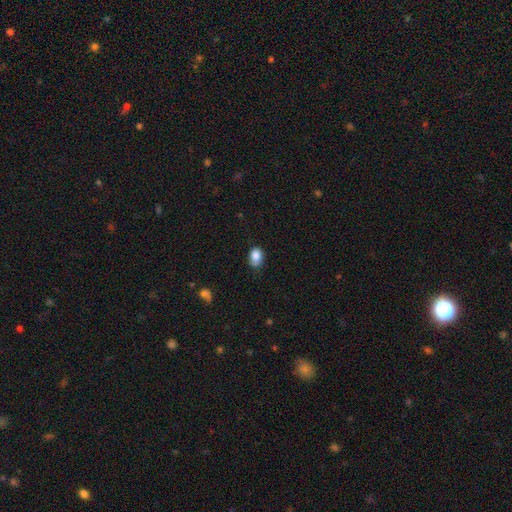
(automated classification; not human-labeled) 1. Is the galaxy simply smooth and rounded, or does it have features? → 85% smooth, 9% star or artifact, 6% featured or disk.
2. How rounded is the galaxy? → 73% in between, 26% round, 1% cigar-shaped.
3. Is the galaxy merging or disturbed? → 58% none, 33% minor disturbance, 7% major disturbance, 2% merger.